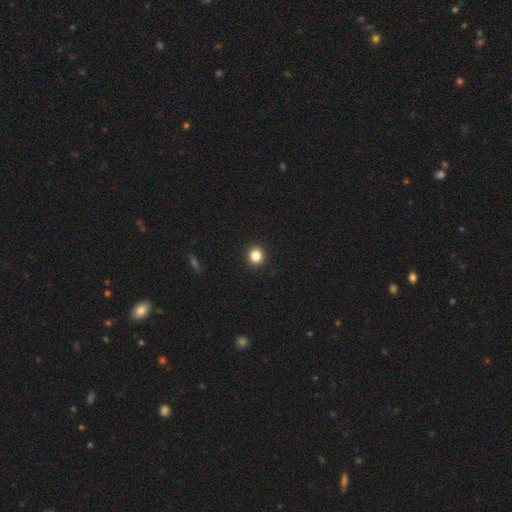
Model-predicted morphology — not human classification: Overall: smooth (85%). How rounded: round (88%). Merging: none (93%).